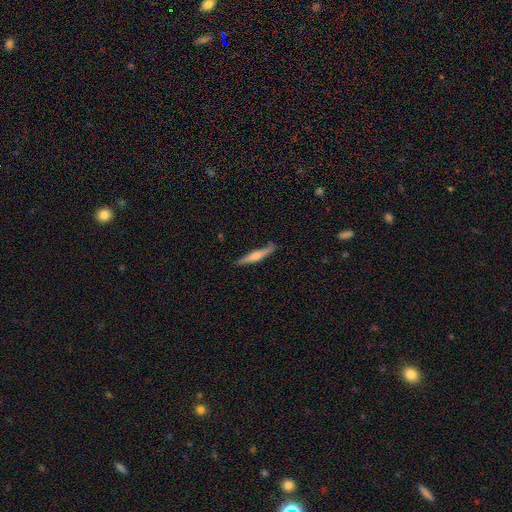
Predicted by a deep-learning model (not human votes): Q: Smooth or featured?
A: featured or disk (57%); runner-up: smooth (38%)
Q: Edge-on disk?
A: yes (96%); runner-up: no (4%)
Q: Edge-on bulge?
A: rounded (81%); runner-up: none (10%)
Q: Merging?
A: none (83%); runner-up: minor disturbance (13%)